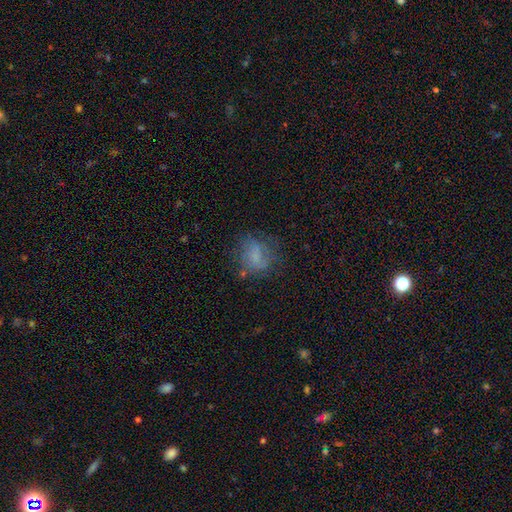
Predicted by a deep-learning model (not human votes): This appears to be a smooth galaxy with no disk features (59%) that is round (59%). Merging: none (56%).